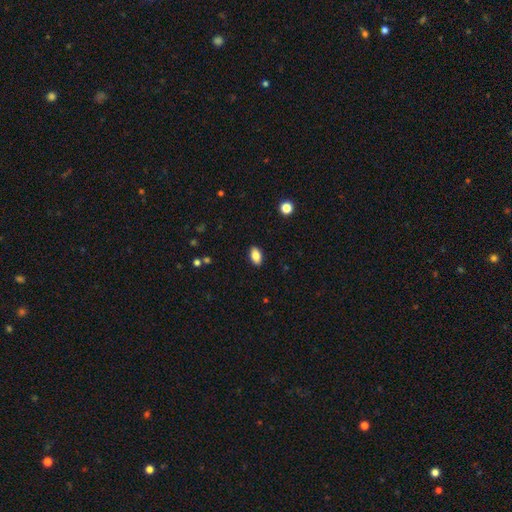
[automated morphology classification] Smooth or featured? smooth (85%)
How rounded? in between (92%)
Merging? none (90%)